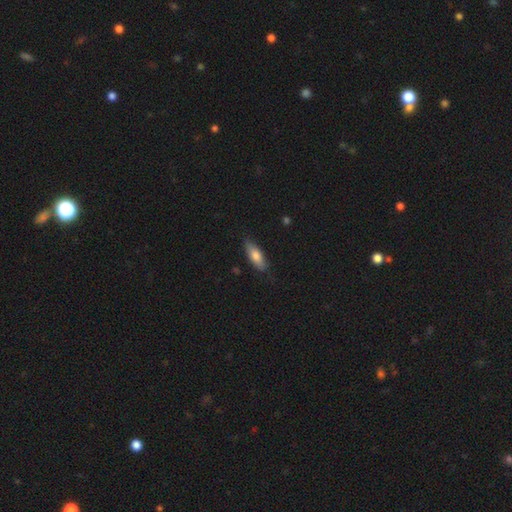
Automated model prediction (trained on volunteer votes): smooth 75%, featured or disk 19%, star or artifact 6%. Down the decision tree: how rounded — in between (63%); merging — none (80%).